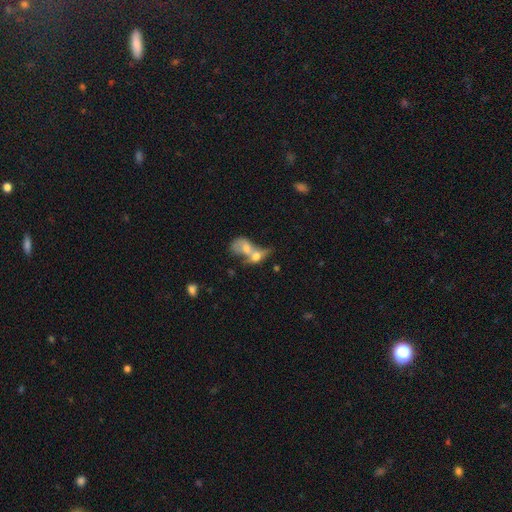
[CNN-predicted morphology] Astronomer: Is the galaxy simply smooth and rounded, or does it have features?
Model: smooth — 55% (runner-up: featured or disk, 36%).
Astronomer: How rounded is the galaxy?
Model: in between — 67%.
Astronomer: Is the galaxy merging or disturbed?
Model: merger — 78%.